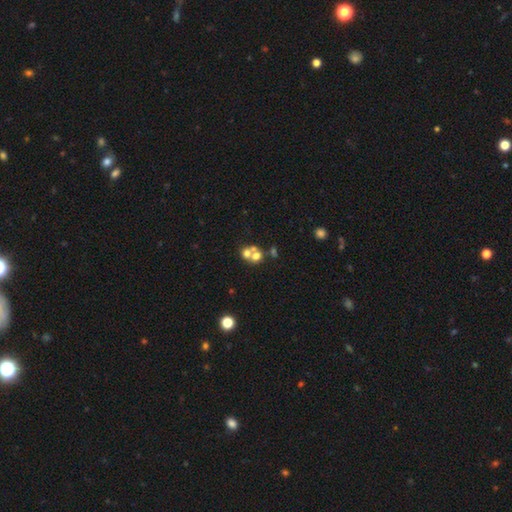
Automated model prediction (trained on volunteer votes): The model was most divided on "merging": merger: 57%, none: 33%, minor disturbance: 6%, major disturbance: 4%. More confident: how rounded — round (77%); smooth or featured — smooth (59%).